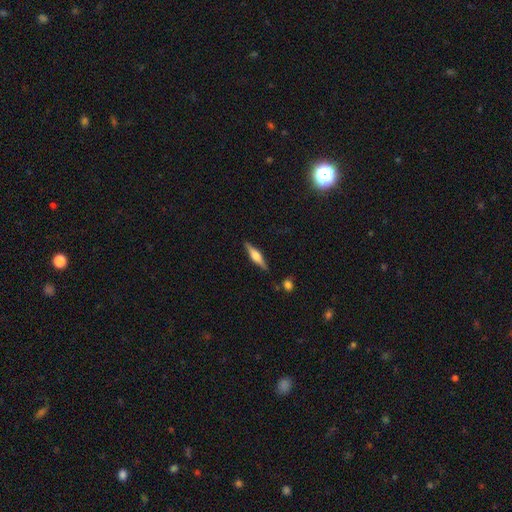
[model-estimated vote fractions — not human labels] Morphology: type=featured or disk (64%); edge-on=yes (97%); edge-on bulge=rounded (87%); merging=none (88%).